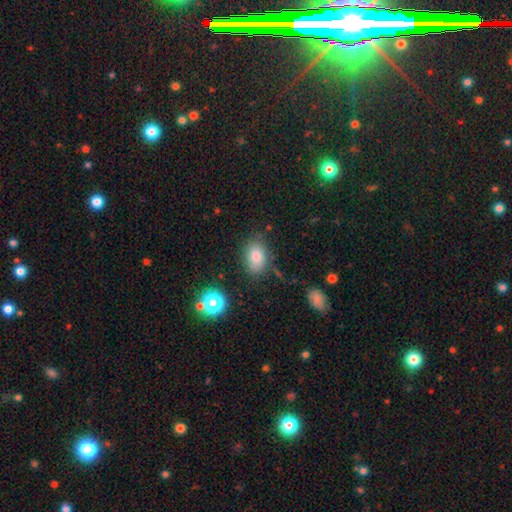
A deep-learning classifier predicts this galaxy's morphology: smooth-or-featured: smooth: 81% | star or artifact: 10% | featured or disk: 9%
  how-rounded: in between: 82% | round: 17% | cigar-shaped: 1%
  merging: none: 75% | minor disturbance: 16% | major disturbance: 5% | merger: 4%